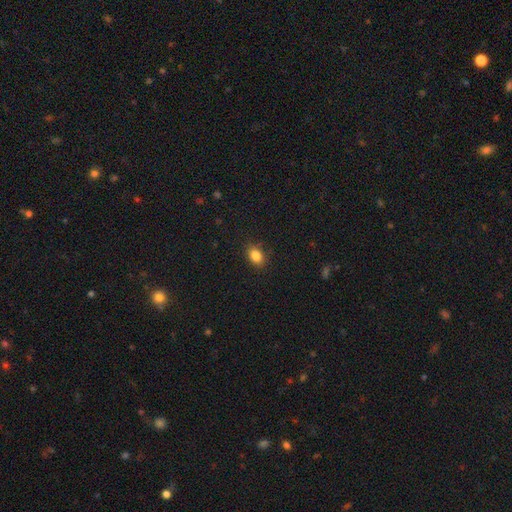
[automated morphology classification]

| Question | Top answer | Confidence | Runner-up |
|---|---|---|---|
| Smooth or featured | smooth | 85% | star or artifact (10%) |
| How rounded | in between | 75% | round (23%) |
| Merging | none | 87% | minor disturbance (10%) |